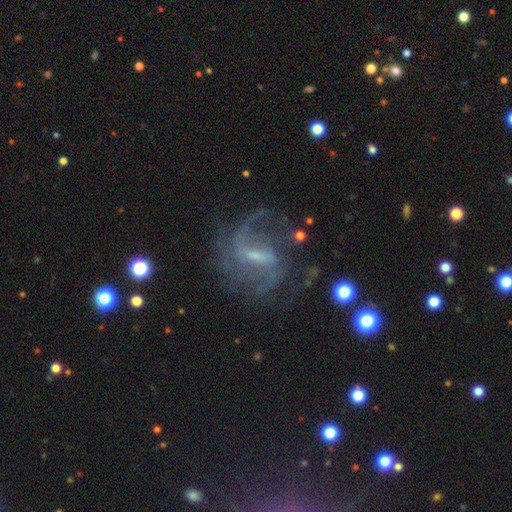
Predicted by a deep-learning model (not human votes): smooth-or-featured: featured or disk: 84% | star or artifact: 9% | smooth: 8%
  disk-edge-on: no: 95% | yes: 5%
    bar: weak: 47% | strong: 41% | no: 12%
    has-spiral-arms: yes: 92% | no: 8%
      spiral-winding: medium: 48% | loose: 30% | tight: 23%
      spiral-arm-count: 2: 47% | can't tell: 23% | 3: 13% | 1: 7% | 4: 5% | more than 4: 4%
    bulge-size: small: 54% | moderate: 25% | none: 17% | large: 3% | dominant: 1%
  merging: none: 64% | major disturbance: 17% | minor disturbance: 17% | merger: 3%